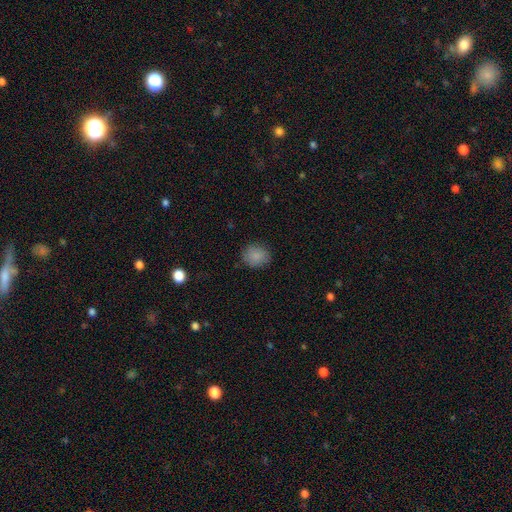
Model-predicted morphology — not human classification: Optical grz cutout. It shows a smooth galaxy with no disk features (86%) that is round (78%). Merging: none (85%).